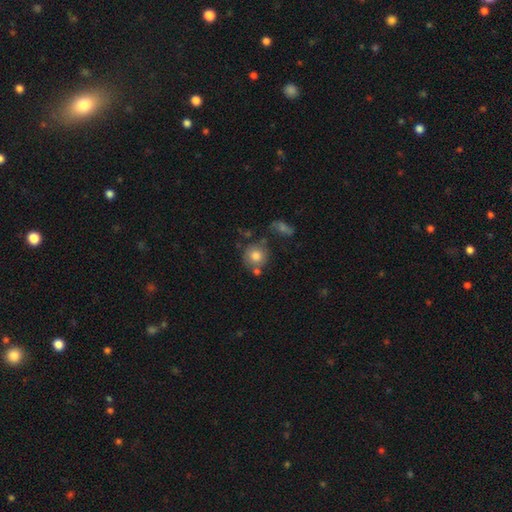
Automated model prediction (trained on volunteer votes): Smooth or featured? Predicted: smooth (p=0.78). How rounded? Predicted: round (p=0.87). Merging? Predicted: none (p=0.61).